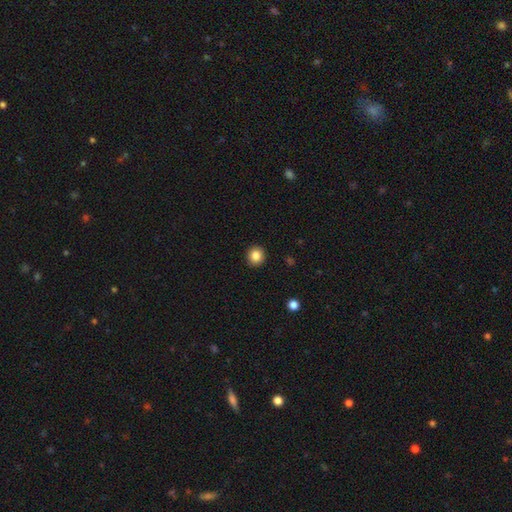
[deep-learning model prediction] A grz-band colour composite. It shows a smooth galaxy with no disk features (85%) that is round (89%). Merging: none (92%).